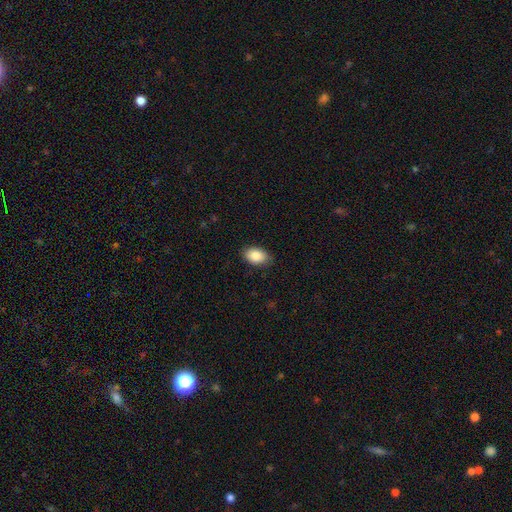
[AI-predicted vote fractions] A smooth galaxy with no disk features (86%) that is in between round and cigar-shaped (89%).

Vote fractions:
- Smooth or featured? smooth: 86% / star or artifact: 7% / featured or disk: 7%
- How rounded? in between: 89% / round: 10% / cigar-shaped: 1%
- Merging? none: 85% / minor disturbance: 12% / major disturbance: 2% / merger: 1%